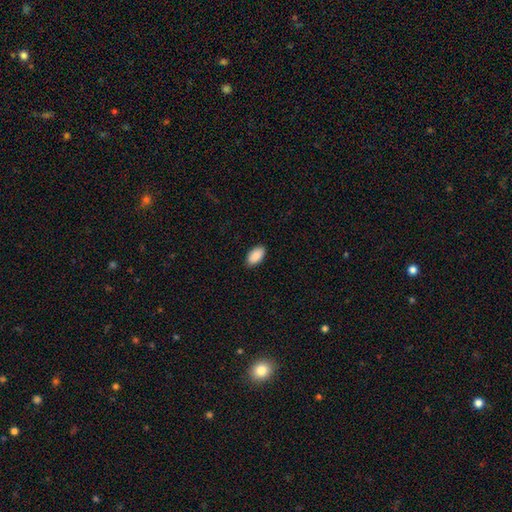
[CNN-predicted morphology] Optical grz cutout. It shows a smooth galaxy with no disk features (91%) that is in between round and cigar-shaped (95%). Merging: none (89%).